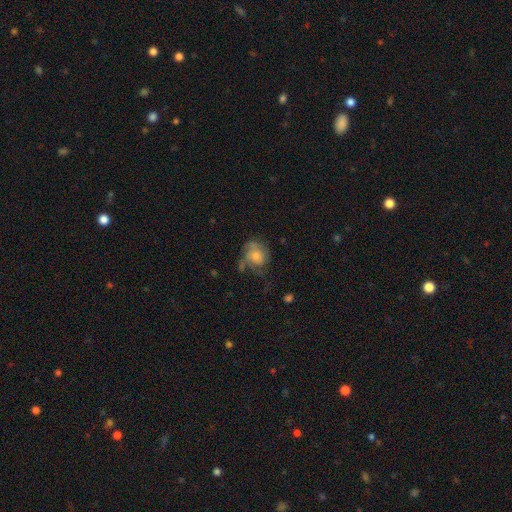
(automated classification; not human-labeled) smooth_or_featured: featured or disk (p=0.54) [alt: smooth p=0.36]
disk_edge_on: no (p=0.97) [alt: yes p=0.03]
bar: no (p=0.79) [alt: weak p=0.18]
has_spiral_arms: yes (p=0.78) [alt: no p=0.22]
bulge_size: moderate (p=0.49) [alt: small p=0.38]
merging: none (p=0.47) [alt: minor disturbance p=0.25]